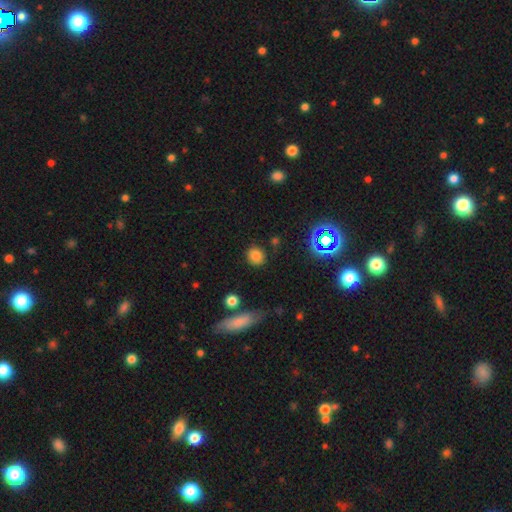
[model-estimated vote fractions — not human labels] Morphology: type=smooth (78%); roundness=round (81%); merging=none (84%).